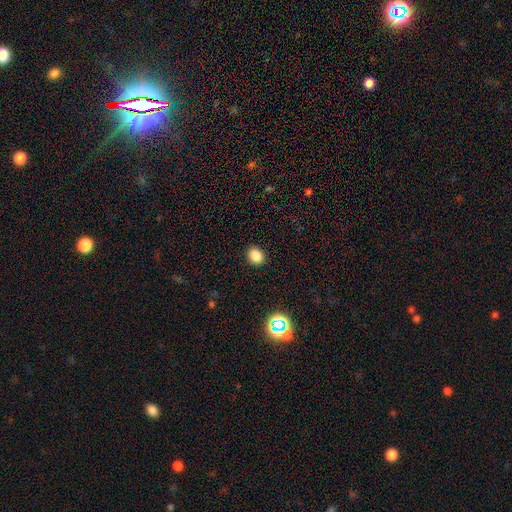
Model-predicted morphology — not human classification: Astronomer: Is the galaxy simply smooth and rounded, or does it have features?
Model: smooth — 83%.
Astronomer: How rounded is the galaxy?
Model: round — 50% (runner-up: in between, 49%).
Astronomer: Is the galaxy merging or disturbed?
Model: none — 90%.